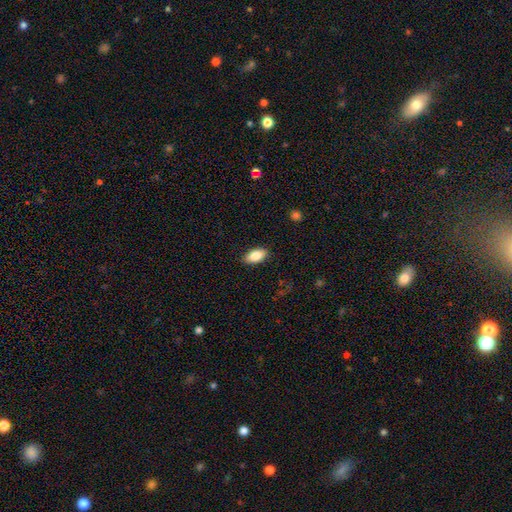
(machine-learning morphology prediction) smooth 86%, featured or disk 8%, star or artifact 7%. Down the decision tree: how rounded — in between (92%); merging — none (88%).